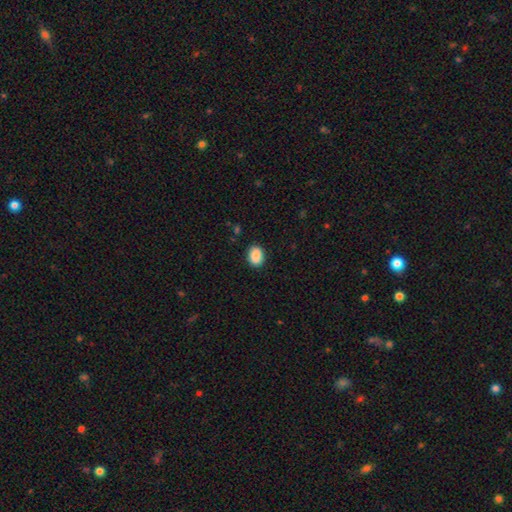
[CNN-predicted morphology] Overall: smooth (89%). How rounded: in between (66%; round 33%). Merging: none (87%).